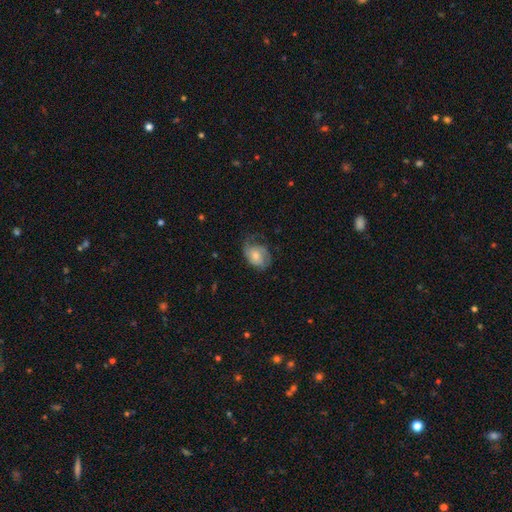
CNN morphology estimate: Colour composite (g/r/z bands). It shows a smooth galaxy with no disk features (48%). Merging: none (43%).